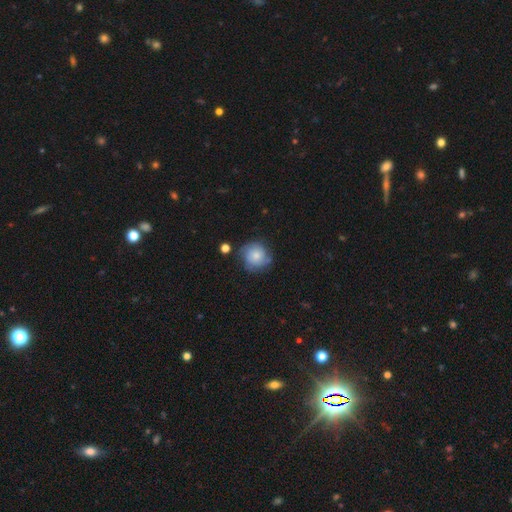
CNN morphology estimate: Overall: smooth (55%; featured or disk 37%). How rounded: round (89%). Merging: none (68%).